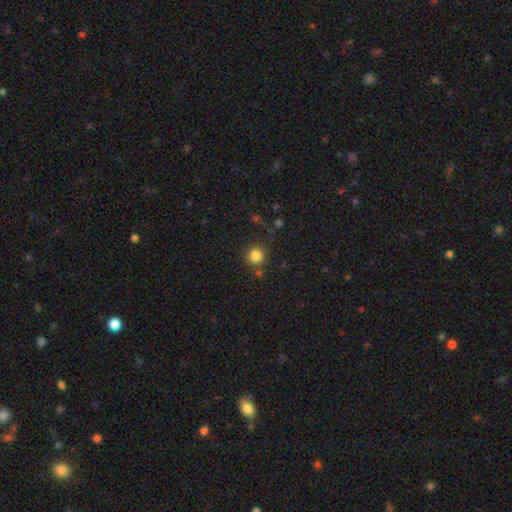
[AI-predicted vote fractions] A smooth galaxy with no disk features (83%) that is round (94%).

Vote fractions:
- Smooth or featured? smooth: 83% / star or artifact: 12% / featured or disk: 5%
- How rounded? round: 94% / in between: 5% / cigar-shaped: 1%
- Merging? none: 80% / minor disturbance: 9% / merger: 6% / major disturbance: 4%